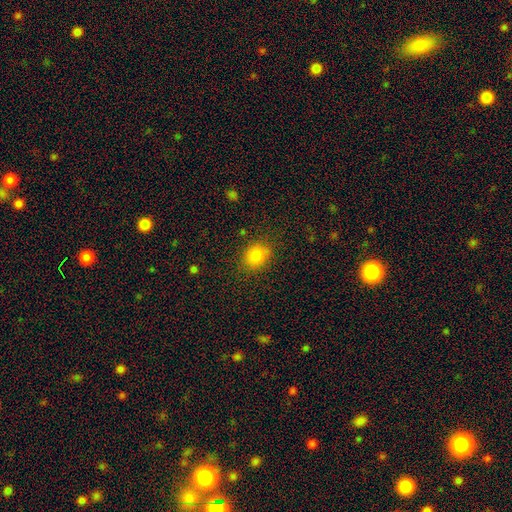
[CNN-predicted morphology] This appears to be a smooth galaxy with no disk features (83%) that is round (57%). Merging: none (82%).